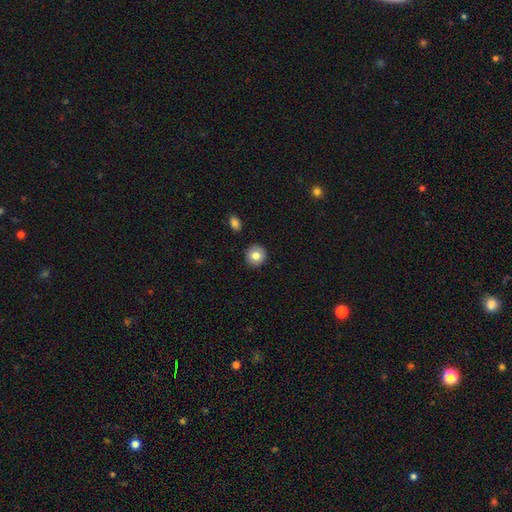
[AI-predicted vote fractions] Smooth or featured?
  - smooth: 83% *
  - featured or disk: 9%
  - star or artifact: 8%
How rounded?
  - round: 92% *
  - in between: 7%
  - cigar-shaped: 1%
Merging?
  - none: 91% *
  - minor disturbance: 6%
  - major disturbance: 2%
  - merger: 2%